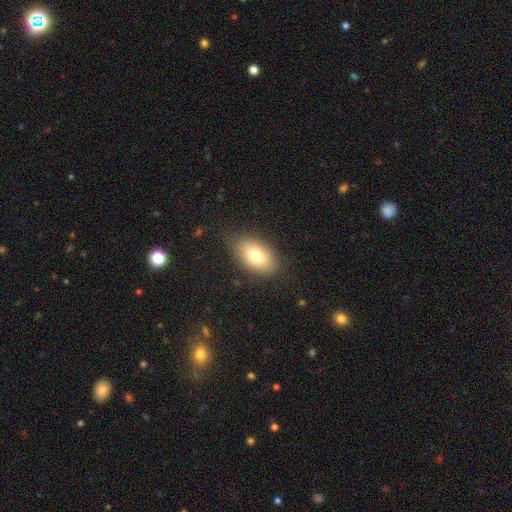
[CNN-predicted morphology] smooth-or-featured: smooth: 75% | featured or disk: 16% | star or artifact: 9%
  how-rounded: in between: 89% | round: 9% | cigar-shaped: 2%
  merging: none: 81% | minor disturbance: 14% | major disturbance: 4% | merger: 1%